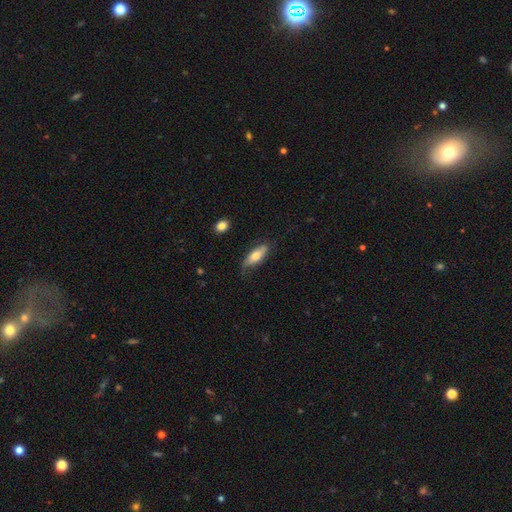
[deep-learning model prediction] This is likely a smooth galaxy (65%). How rounded: likely in between (63%). Merging: likely none (67%).